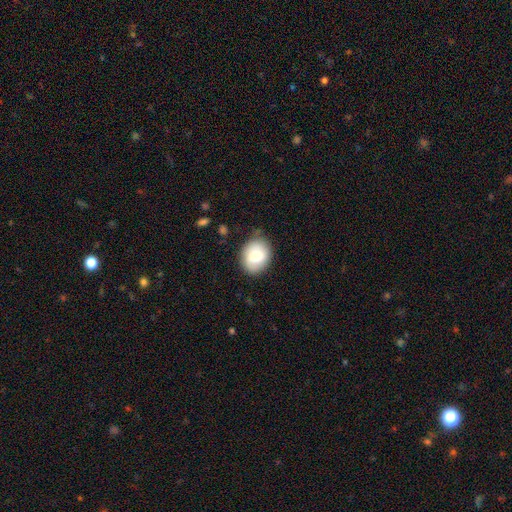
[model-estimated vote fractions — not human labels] A smooth galaxy with no disk features (75%) that is round (52%).

Vote fractions:
- Smooth or featured? smooth: 75% / featured or disk: 18% / star or artifact: 7%
- How rounded? round: 52% / in between: 47% / cigar-shaped: 1%
- Merging? none: 79% / minor disturbance: 16% / major disturbance: 3% / merger: 1%